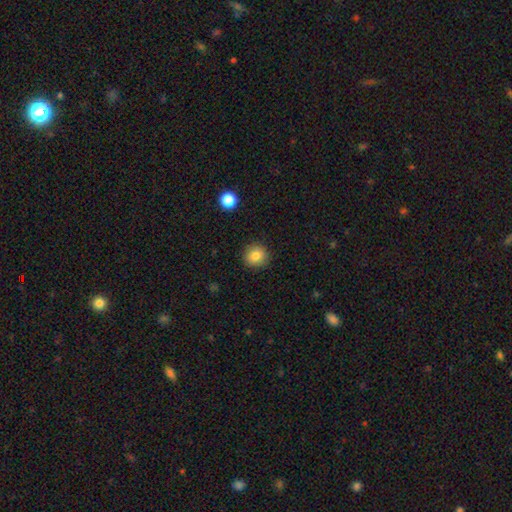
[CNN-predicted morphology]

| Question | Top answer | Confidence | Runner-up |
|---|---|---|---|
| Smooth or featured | smooth | 84% | star or artifact (10%) |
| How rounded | round | 90% | in between (9%) |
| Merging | none | 90% | minor disturbance (7%) |